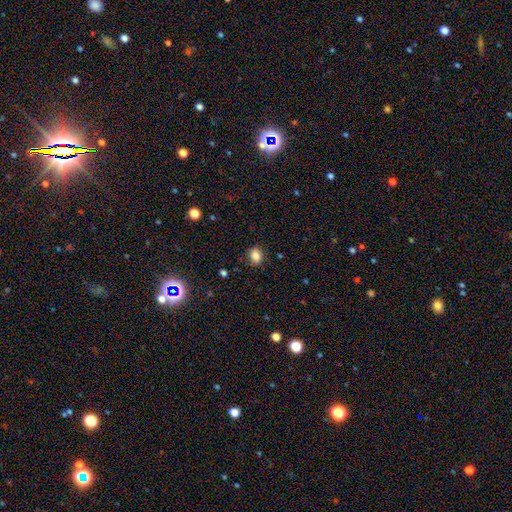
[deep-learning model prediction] Q: Smooth or featured?
A: smooth (84%); runner-up: star or artifact (11%)
Q: How rounded?
A: in between (51%); runner-up: round (48%)
Q: Merging?
A: none (87%); runner-up: minor disturbance (9%)